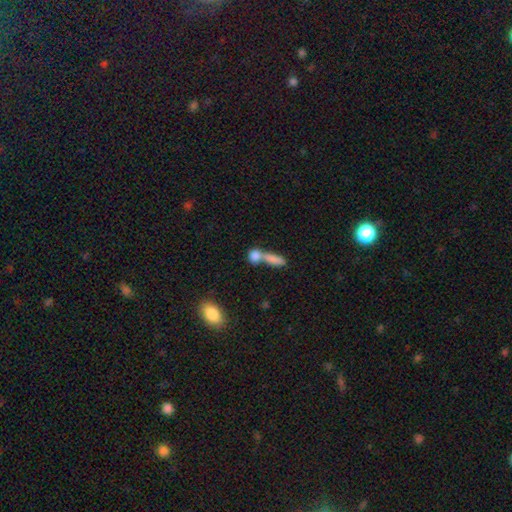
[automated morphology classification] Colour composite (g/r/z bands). It shows a smooth galaxy with no disk features (81%) that is in between round and cigar-shaped (44%). Merging: merger (56%).